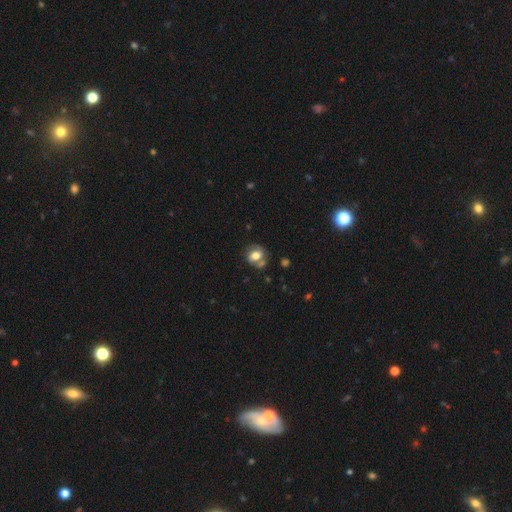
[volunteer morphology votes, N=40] smooth_or_featured: smooth (p=0.68) [alt: featured or disk p=0.20]
how_rounded: round (p=0.56) [alt: in between p=0.44]
merging: none (p=0.40) [alt: minor disturbance p=0.29]